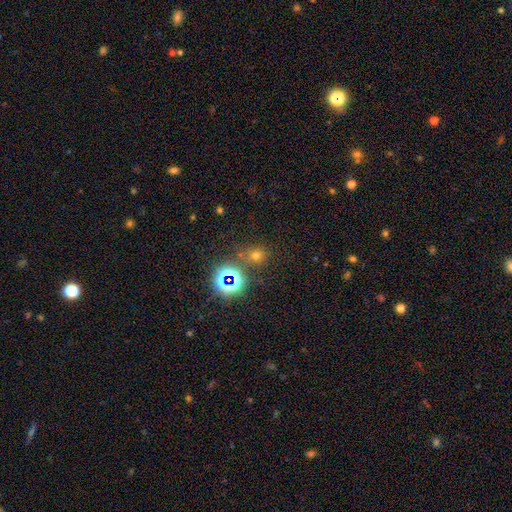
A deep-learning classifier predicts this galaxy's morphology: Smooth or featured: smooth — 56% (star or artifact — 36%)
How rounded: round — 80% (in between — 19%)
Merging: none — 76% (minor disturbance — 10%)